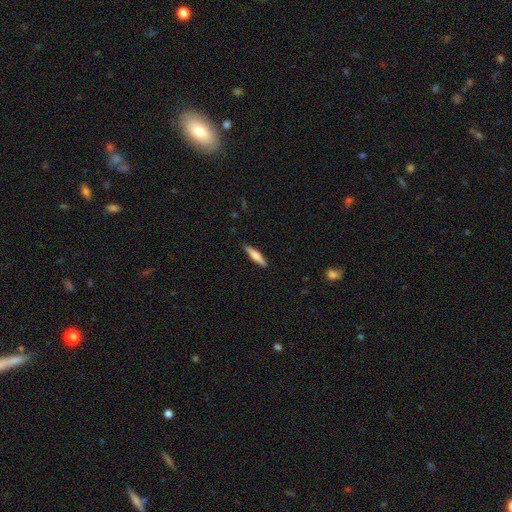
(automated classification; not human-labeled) smooth_or_featured: smooth (p=0.63) [alt: featured or disk p=0.31]
how_rounded: cigar-shaped (p=0.82) [alt: in between p=0.16]
merging: none (p=0.89) [alt: minor disturbance p=0.08]